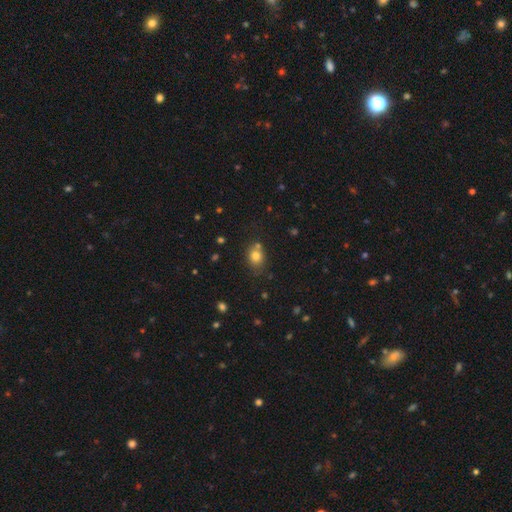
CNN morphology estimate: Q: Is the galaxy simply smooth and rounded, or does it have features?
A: smooth — 79%.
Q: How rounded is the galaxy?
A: round — 54%.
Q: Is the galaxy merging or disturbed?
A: none — 67%.